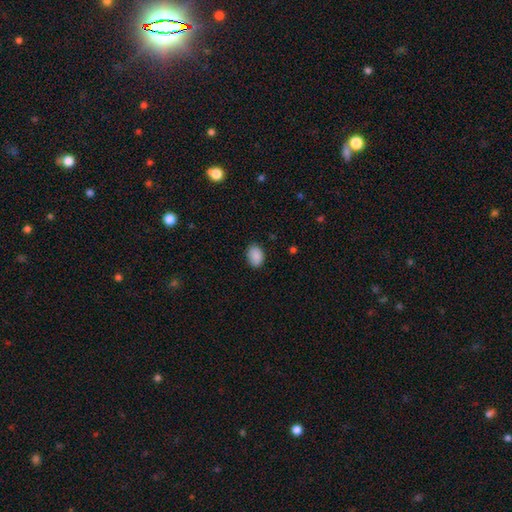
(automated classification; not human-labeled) Smooth or featured? Predicted: smooth (p=0.89). How rounded? Predicted: in between (p=0.80). Merging? Predicted: none (p=0.84).